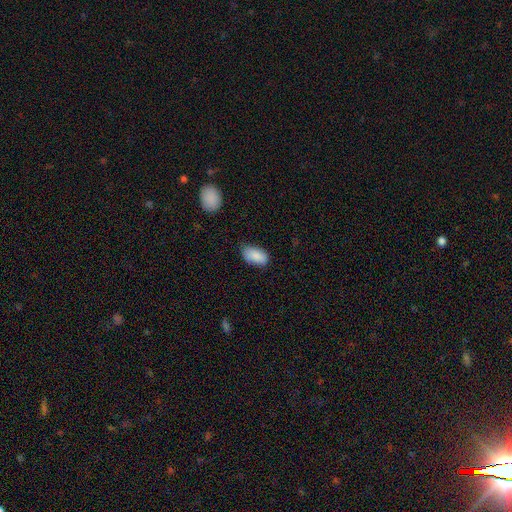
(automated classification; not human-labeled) smooth 88%, star or artifact 7%, featured or disk 6%. Down the decision tree: how rounded — in between (94%); merging — none (69%).